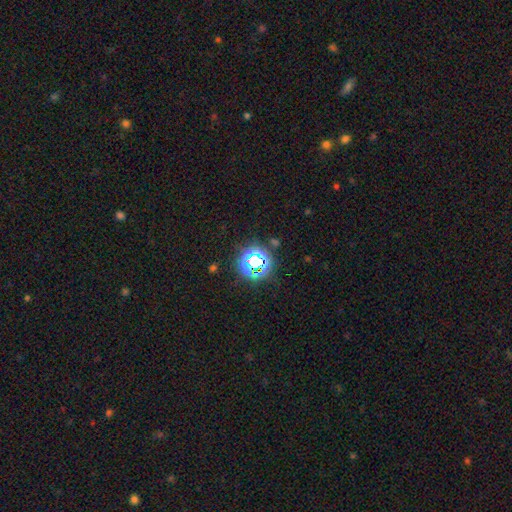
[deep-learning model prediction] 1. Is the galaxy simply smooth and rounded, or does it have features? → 66% star or artifact, 23% smooth, 11% featured or disk.